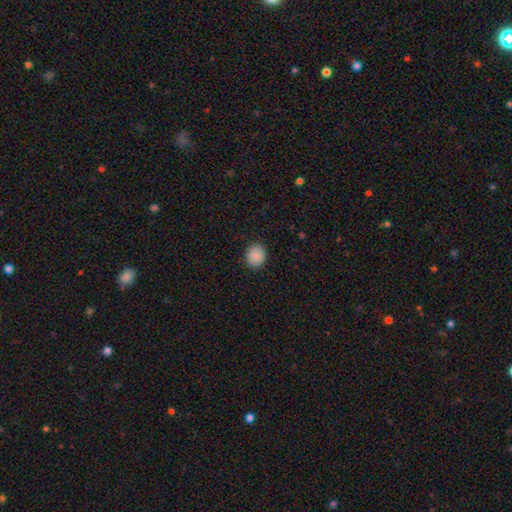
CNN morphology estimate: A smooth galaxy with no disk features (87%) that is round (75%). Merging: none (90%).